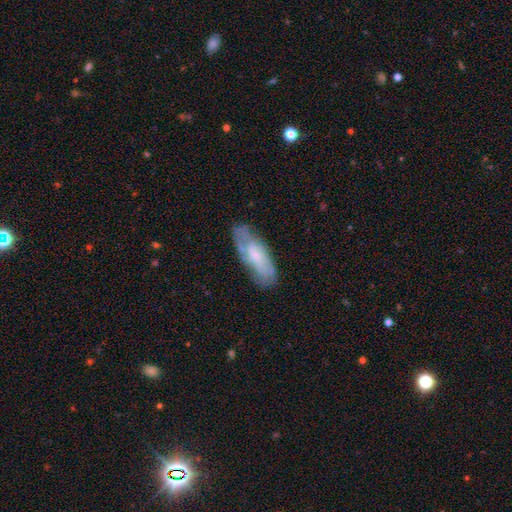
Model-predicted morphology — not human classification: Smooth or featured?
  - smooth: 47% *
  - featured or disk: 46%
  - star or artifact: 7%
Merging?
  - none: 70% *
  - minor disturbance: 21%
  - major disturbance: 6%
  - merger: 2%